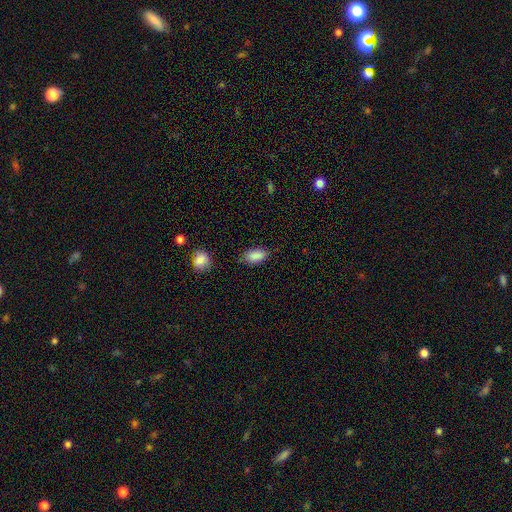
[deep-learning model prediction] A smooth galaxy with no disk features (88%) that is in between round and cigar-shaped (92%).

Vote fractions:
- Smooth or featured? smooth: 88% / star or artifact: 8% / featured or disk: 4%
- How rounded? in between: 92% / cigar-shaped: 4% / round: 4%
- Merging? none: 76% / minor disturbance: 18% / major disturbance: 4% / merger: 2%